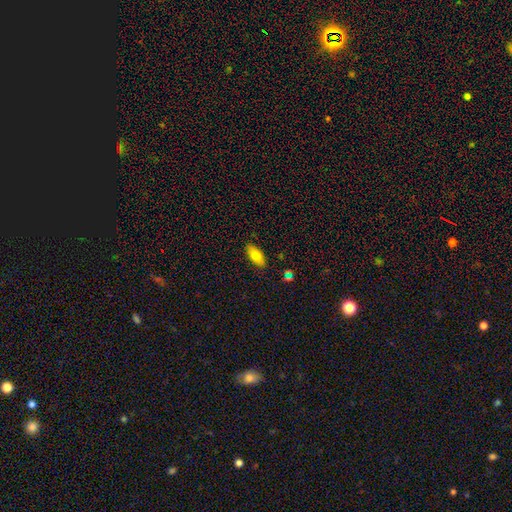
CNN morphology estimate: This is likely a smooth galaxy (76%). How rounded: clearly in between (88%). Merging: clearly none (86%).